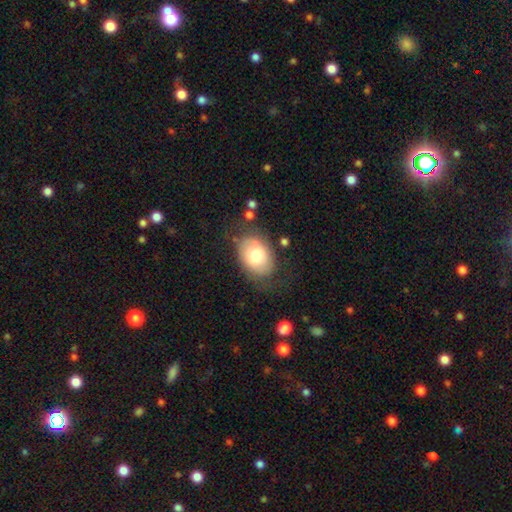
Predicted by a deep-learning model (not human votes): Q: Smooth or featured?
A: smooth (65%); runner-up: featured or disk (28%)
Q: How rounded?
A: in between (75%); runner-up: round (24%)
Q: Merging?
A: none (66%); runner-up: minor disturbance (21%)